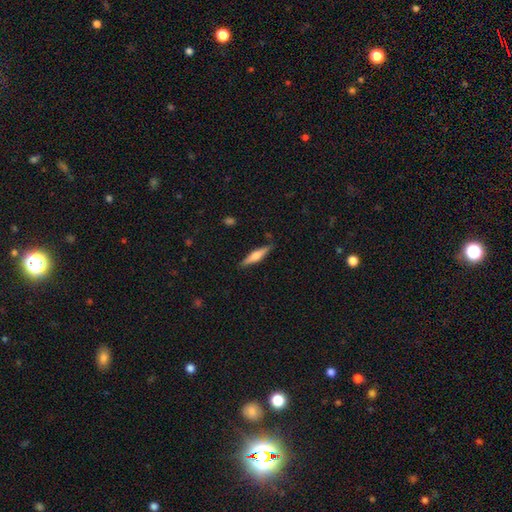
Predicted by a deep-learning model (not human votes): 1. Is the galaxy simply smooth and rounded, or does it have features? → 54% featured or disk, 40% smooth, 6% star or artifact.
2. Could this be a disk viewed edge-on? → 96% yes, 4% no.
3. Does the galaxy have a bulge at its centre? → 82% rounded, 13% boxy, 5% none.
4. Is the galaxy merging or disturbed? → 87% none, 10% minor disturbance, 2% major disturbance, 2% merger.